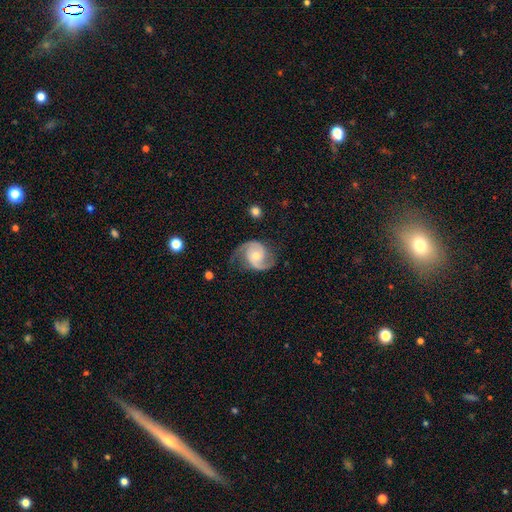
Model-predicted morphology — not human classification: Smooth or featured? featured or disk (90%)
Edge-on disk? no (98%)
Bar? no (64%)
Spiral arms? yes (98%)
Spiral winding? medium (54%)
Spiral arm count? 2 (92%)
Bulge size? moderate (52%)
Merging? none (71%)